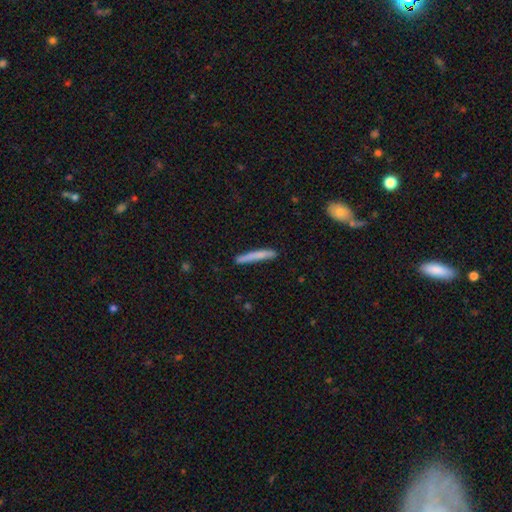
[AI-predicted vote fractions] This is likely a smooth galaxy (74%). How rounded: clearly cigar-shaped (96%). Merging: clearly none (82%).